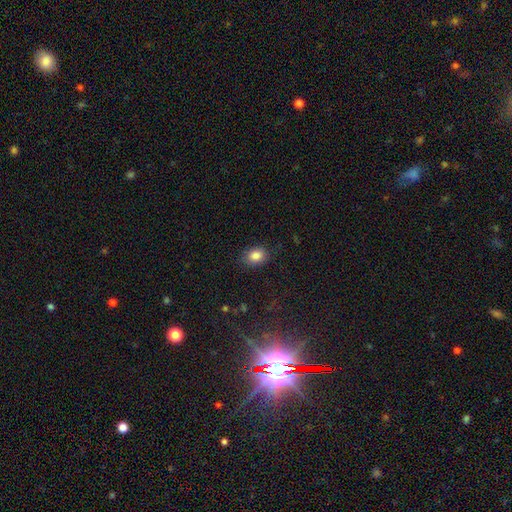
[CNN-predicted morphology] Q: Smooth or featured?
A: smooth (85%); runner-up: star or artifact (9%)
Q: How rounded?
A: in between (70%); runner-up: round (29%)
Q: Merging?
A: none (84%); runner-up: minor disturbance (12%)